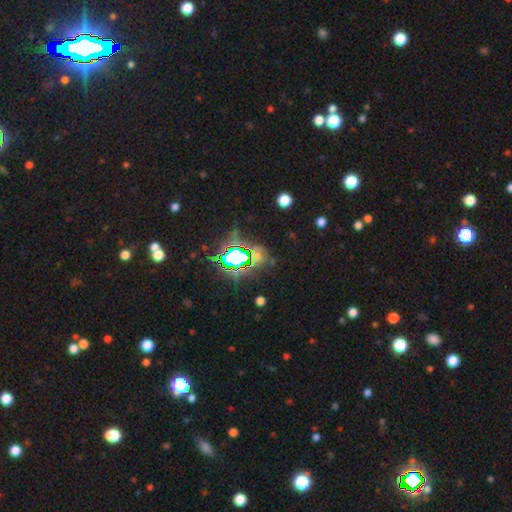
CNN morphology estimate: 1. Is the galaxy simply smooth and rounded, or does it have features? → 65% star or artifact, 23% smooth, 12% featured or disk.